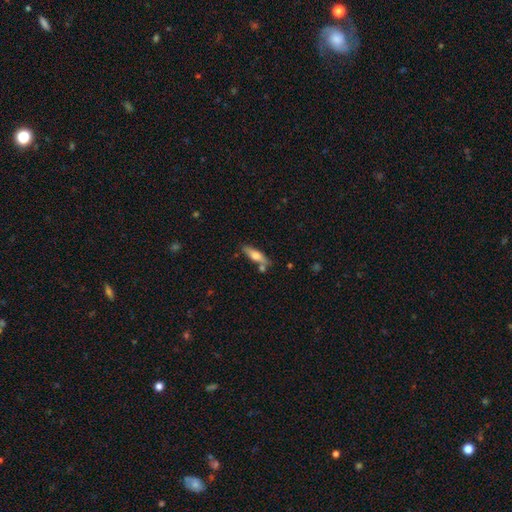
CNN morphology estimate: Smooth or featured: smooth — 58% (featured or disk — 36%)
How rounded: cigar-shaped — 61% (in between — 37%)
Merging: none — 70% (minor disturbance — 15%)